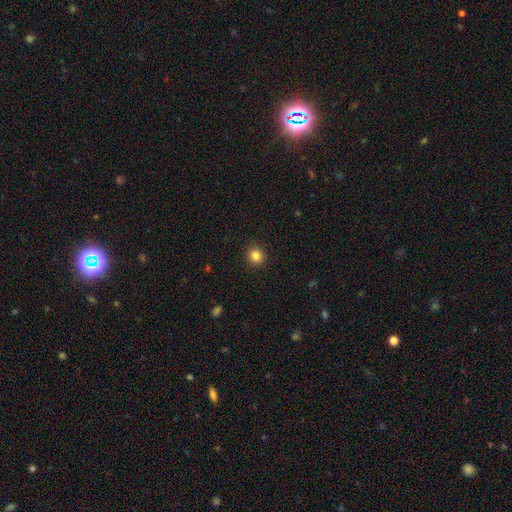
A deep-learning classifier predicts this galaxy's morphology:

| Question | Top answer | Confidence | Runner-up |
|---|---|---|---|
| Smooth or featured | smooth | 84% | star or artifact (11%) |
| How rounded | round | 93% | in between (6%) |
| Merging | none | 92% | minor disturbance (5%) |